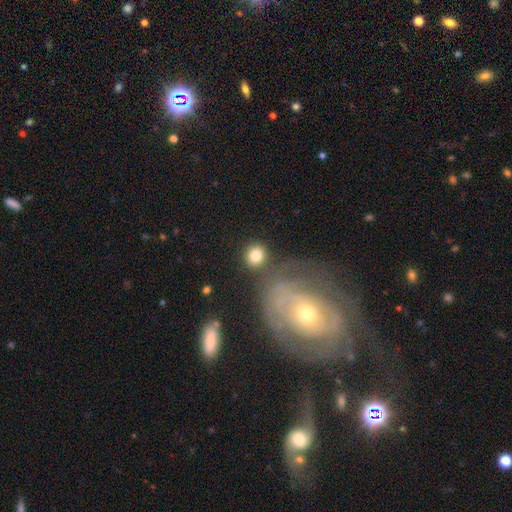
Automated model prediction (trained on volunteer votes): This appears to be a smooth galaxy with no disk features (82%) that is round (83%). Merging: none (77%).